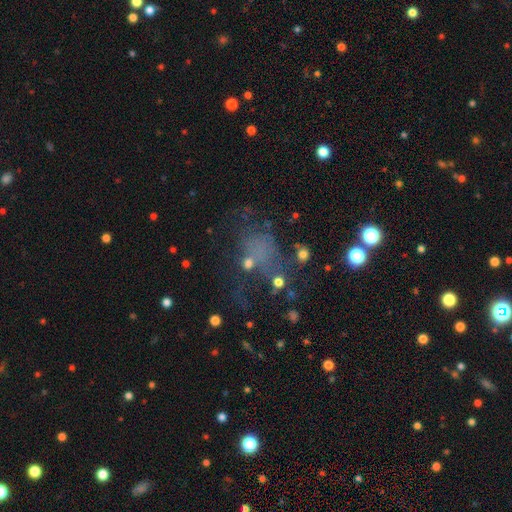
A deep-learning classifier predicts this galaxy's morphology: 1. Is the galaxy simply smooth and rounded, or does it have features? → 42% smooth, 32% star or artifact, 26% featured or disk.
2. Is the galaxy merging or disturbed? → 41% none, 31% major disturbance, 19% minor disturbance, 9% merger.